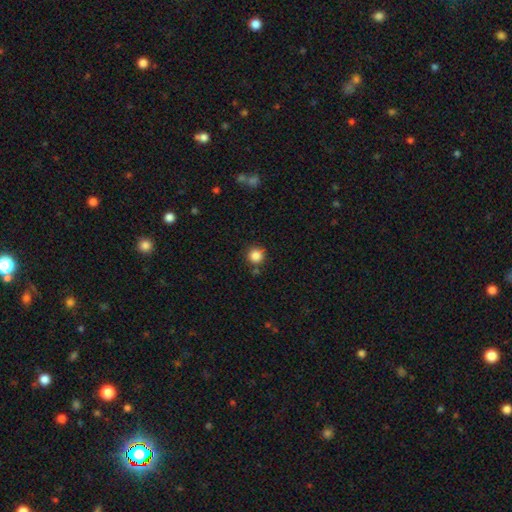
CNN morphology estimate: Smooth or featured?
  - smooth: 85% *
  - star or artifact: 11%
  - featured or disk: 4%
How rounded?
  - round: 94% *
  - in between: 5%
  - cigar-shaped: 1%
Merging?
  - none: 81% *
  - minor disturbance: 10%
  - merger: 6%
  - major disturbance: 3%